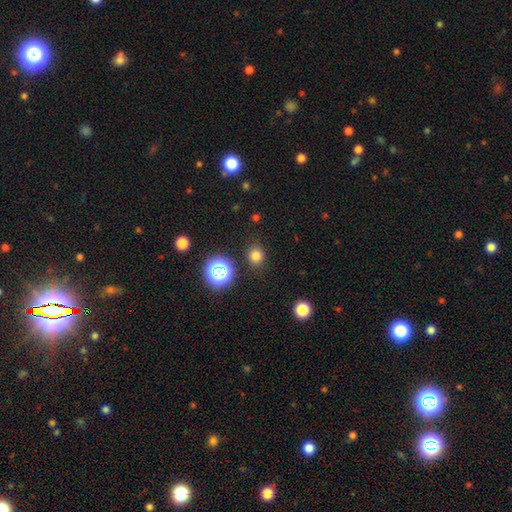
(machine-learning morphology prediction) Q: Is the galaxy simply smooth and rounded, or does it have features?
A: smooth — 77%.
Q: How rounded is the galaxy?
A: round — 78%.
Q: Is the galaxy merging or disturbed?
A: none — 87%.